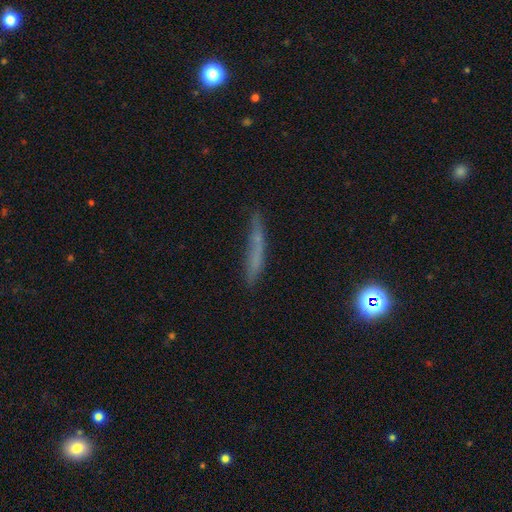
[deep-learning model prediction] Smooth or featured? Predicted: smooth (p=0.54). How rounded? Predicted: cigar-shaped (p=0.91). Merging? Predicted: none (p=0.66).